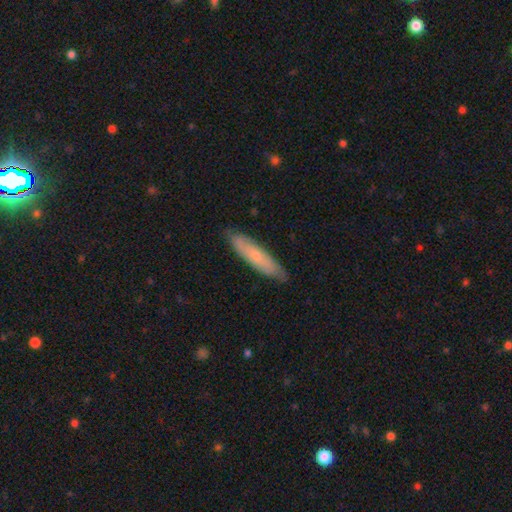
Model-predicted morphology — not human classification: smooth-or-featured: smooth: 56% | featured or disk: 38% | star or artifact: 6%
  how-rounded: cigar-shaped: 80% | in between: 19% | round: 2%
  merging: none: 85% | minor disturbance: 12% | major disturbance: 2% | merger: 1%